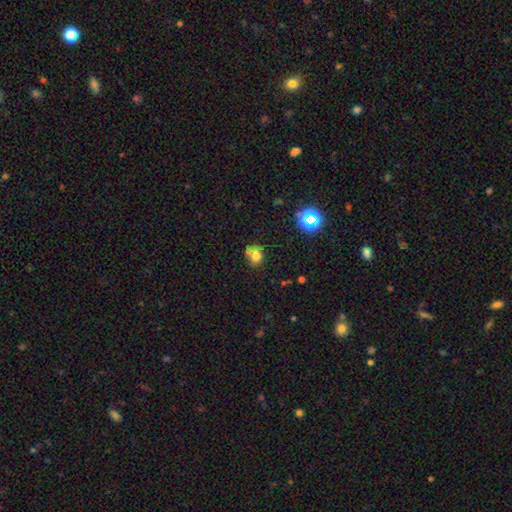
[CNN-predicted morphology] Q: Smooth or featured?
A: smooth (72%); runner-up: star or artifact (16%)
Q: How rounded?
A: round (65%); runner-up: in between (34%)
Q: Merging?
A: none (47%); runner-up: merger (30%)